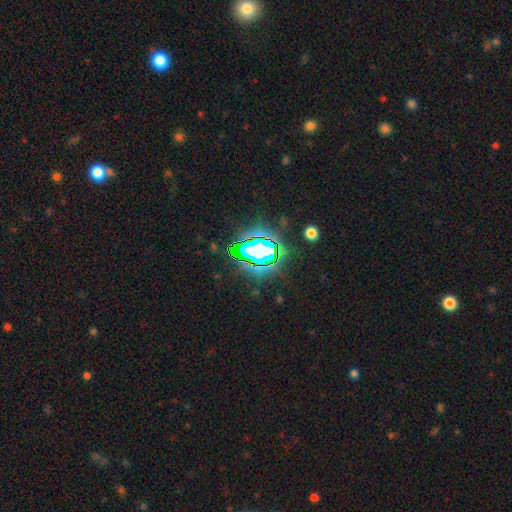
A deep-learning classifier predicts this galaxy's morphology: smooth-or-featured: star or artifact: 73% | smooth: 14% | featured or disk: 13%